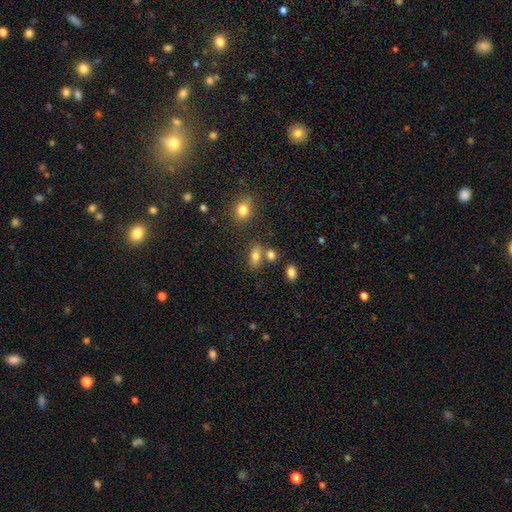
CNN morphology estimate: A smooth galaxy with no disk features (78%) that is in between round and cigar-shaped (82%). Merging: none (63%).